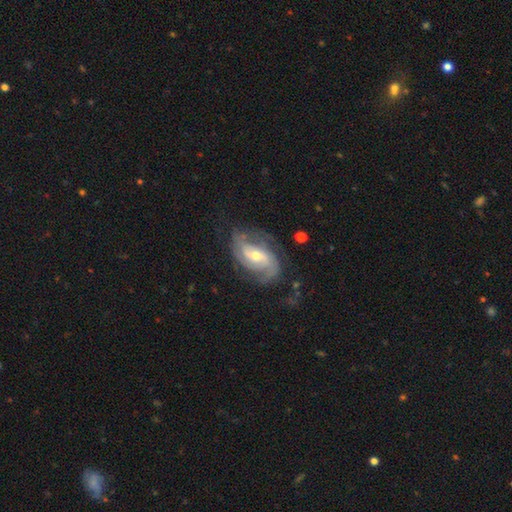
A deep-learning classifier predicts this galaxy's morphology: Smooth or featured? featured or disk (85%)
Edge-on disk? no (96%)
Bar? weak (46%)
Spiral arms? yes (95%)
Spiral winding? medium (44%)
Spiral arm count? 2 (58%)
Bulge size? moderate (51%)
Merging? none (66%)